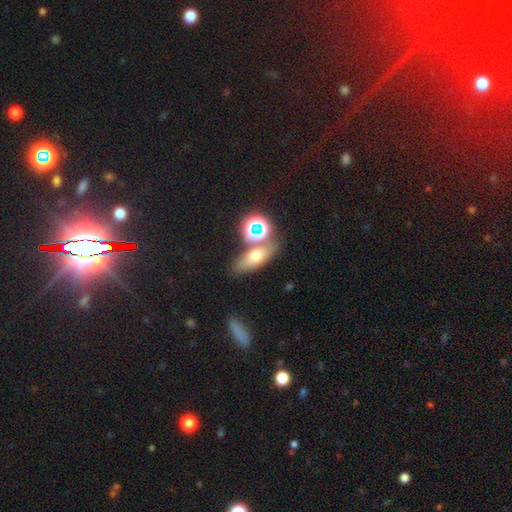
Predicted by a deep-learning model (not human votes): Smooth or featured: smooth — 60% (star or artifact — 20%)
How rounded: in between — 61% (round — 20%)
Merging: none — 66% (merger — 18%)